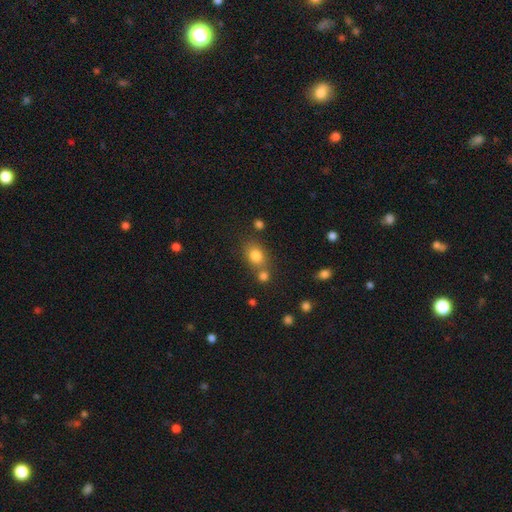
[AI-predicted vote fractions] This appears to be a smooth galaxy with no disk features (81%) that is in between round and cigar-shaped (53%). Merging: none (60%).